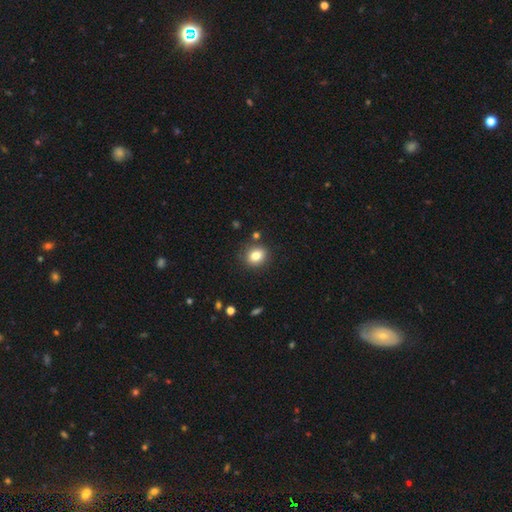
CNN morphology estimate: This is clearly a smooth galaxy (81%). How rounded: likely round (69%). Merging: clearly none (86%).